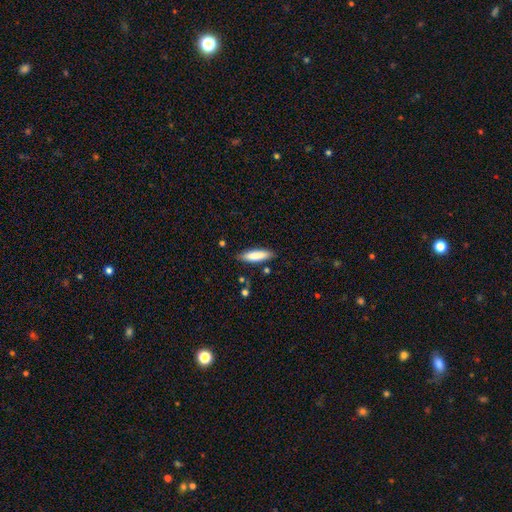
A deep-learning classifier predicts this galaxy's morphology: A smooth galaxy with no disk features (83%) that is cigar-shaped (62%).

Vote fractions:
- Smooth or featured? smooth: 83% / featured or disk: 11% / star or artifact: 6%
- How rounded? cigar-shaped: 62% / in between: 36% / round: 1%
- Merging? none: 84% / minor disturbance: 12% / major disturbance: 2% / merger: 2%